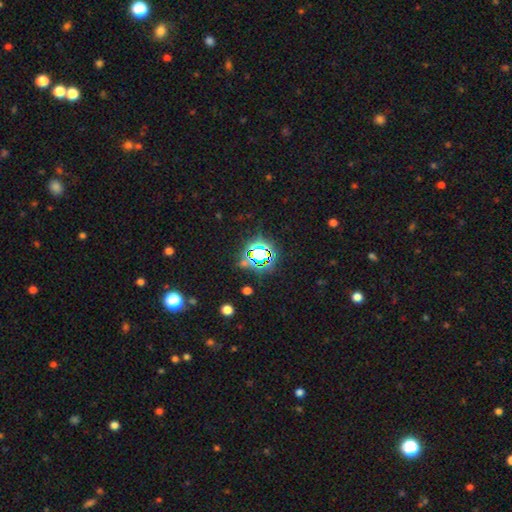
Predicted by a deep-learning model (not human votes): Smooth or featured: star or artifact — 75% (smooth — 17%)